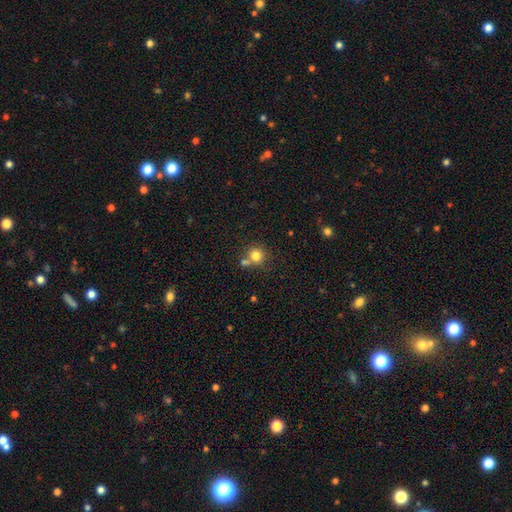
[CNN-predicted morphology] A smooth galaxy with no disk features (80%) that is round (91%). Merging: none (60%).